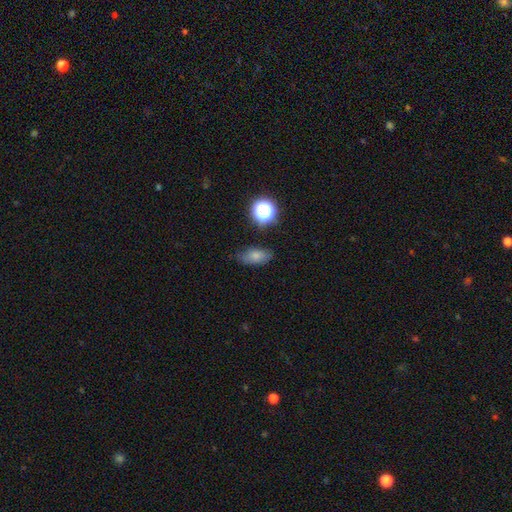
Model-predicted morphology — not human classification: Smooth or featured? Predicted: smooth (p=0.76). How rounded? Predicted: in between (p=0.83). Merging? Predicted: none (p=0.77).